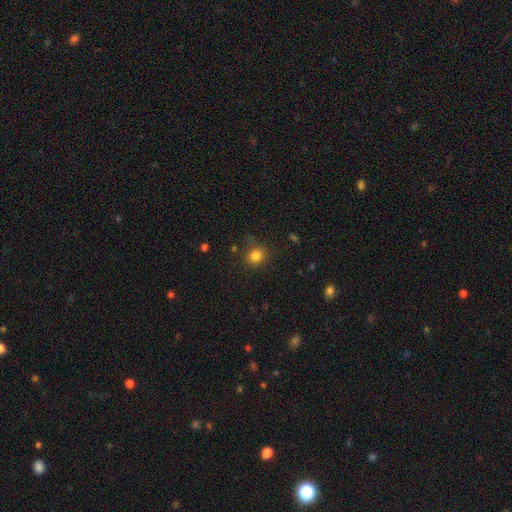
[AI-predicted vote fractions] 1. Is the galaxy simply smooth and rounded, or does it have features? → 82% smooth, 13% star or artifact, 5% featured or disk.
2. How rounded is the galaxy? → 75% round, 24% in between, 1% cigar-shaped.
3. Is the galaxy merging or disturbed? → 82% none, 12% minor disturbance, 4% major disturbance, 2% merger.